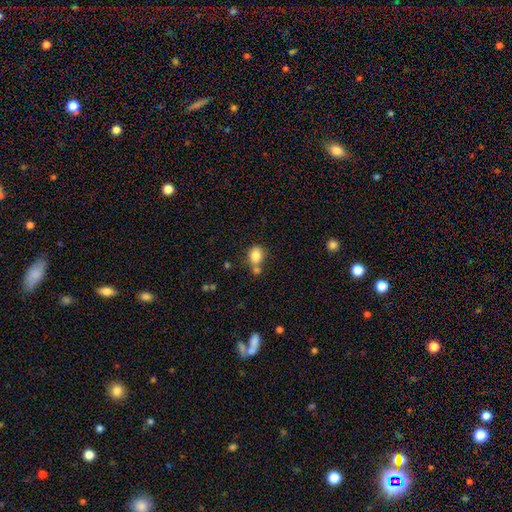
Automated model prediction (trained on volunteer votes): Smooth or featured? Predicted: smooth (p=0.83). How rounded? Predicted: round (p=0.58). Merging? Predicted: none (p=0.55).